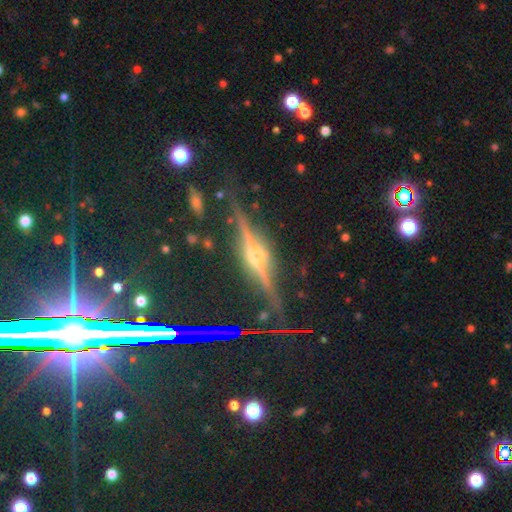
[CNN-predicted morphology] smooth_or_featured: featured or disk (p=0.81) [alt: star or artifact p=0.13]
disk_edge_on: yes (p=0.96) [alt: no p=0.04]
edge_on_bulge: rounded (p=0.92) [alt: boxy p=0.05]
merging: none (p=0.88) [alt: minor disturbance p=0.08]